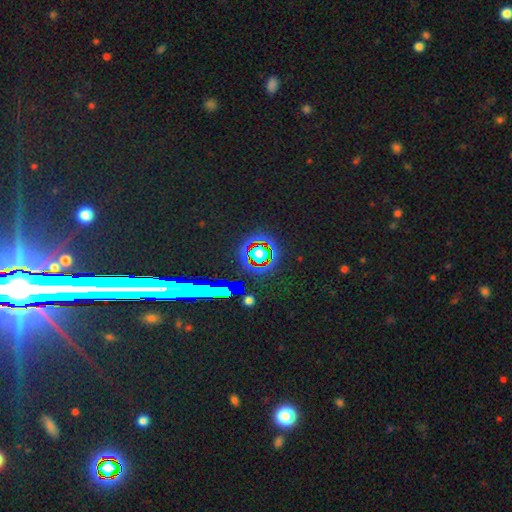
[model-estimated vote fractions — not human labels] Smooth or featured: star or artifact — 75% (featured or disk — 14%)